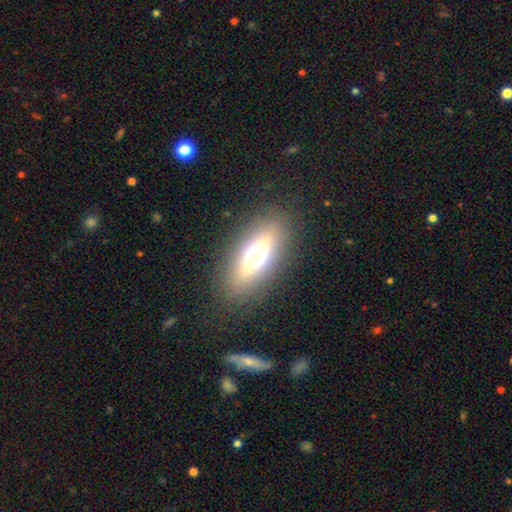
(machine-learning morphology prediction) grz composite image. It shows a smooth galaxy with no disk features (47%). Merging: none (84%).